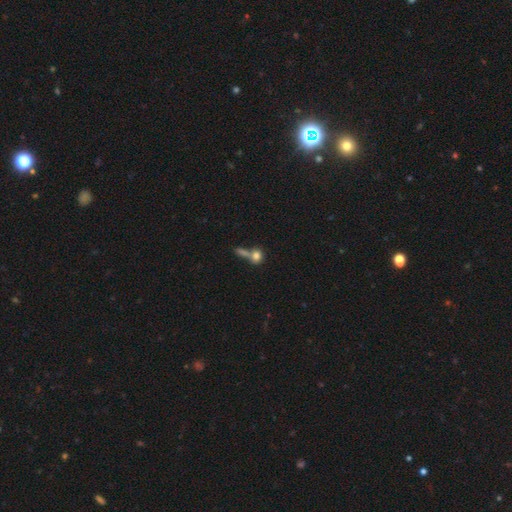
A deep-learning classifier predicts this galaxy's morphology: Q: Smooth or featured?
A: smooth (77%); runner-up: featured or disk (12%)
Q: How rounded?
A: round (59%); runner-up: in between (35%)
Q: Merging?
A: merger (47%); runner-up: none (37%)